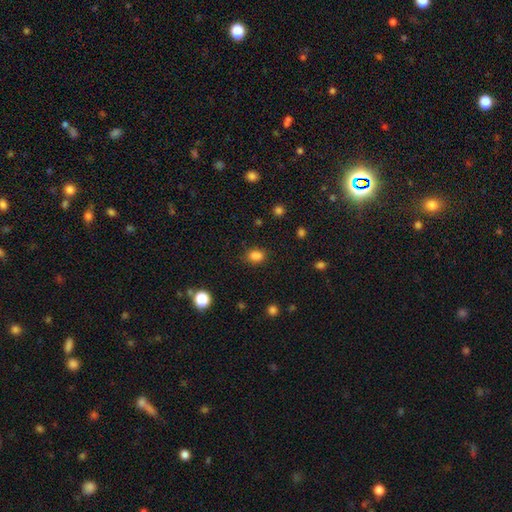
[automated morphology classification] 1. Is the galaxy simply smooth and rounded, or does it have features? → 83% smooth, 13% star or artifact, 4% featured or disk.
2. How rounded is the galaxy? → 60% in between, 38% round, 1% cigar-shaped.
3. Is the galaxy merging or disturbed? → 76% none, 15% minor disturbance, 4% merger, 4% major disturbance.